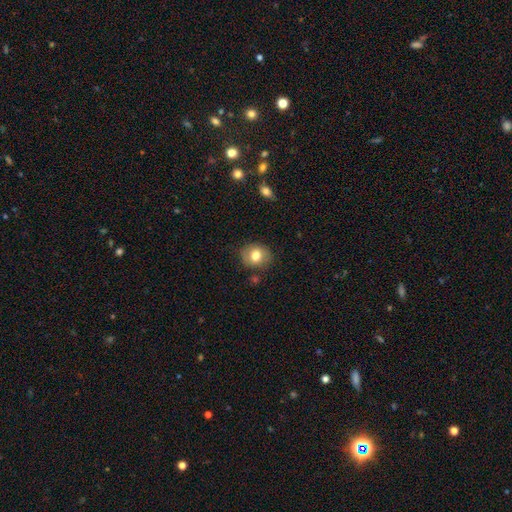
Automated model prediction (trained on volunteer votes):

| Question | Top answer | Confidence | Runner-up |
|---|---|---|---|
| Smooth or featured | smooth | 74% | featured or disk (17%) |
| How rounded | round | 67% | in between (33%) |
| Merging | none | 80% | minor disturbance (14%) |